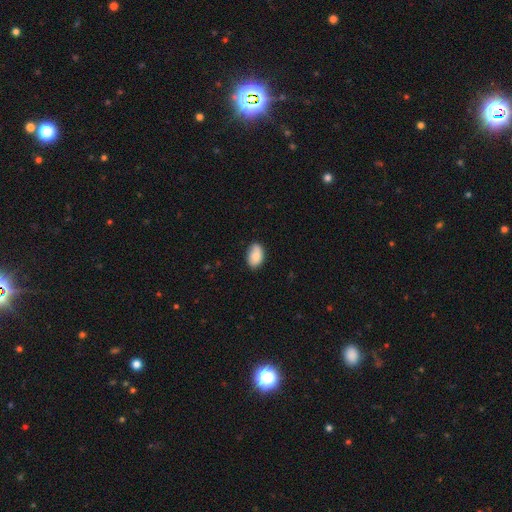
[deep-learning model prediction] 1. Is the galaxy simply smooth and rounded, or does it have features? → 84% smooth, 9% featured or disk, 7% star or artifact.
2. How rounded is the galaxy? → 90% in between, 9% round, 1% cigar-shaped.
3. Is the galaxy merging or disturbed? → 76% none, 20% minor disturbance, 3% major disturbance, 1% merger.